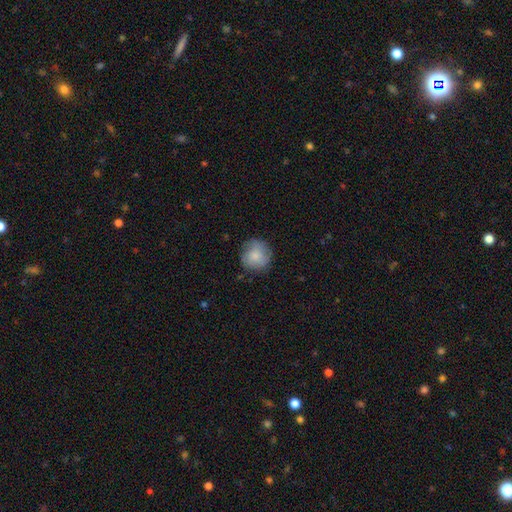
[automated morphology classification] This is likely a smooth galaxy (76%). How rounded: clearly round (91%). Merging: likely none (77%).